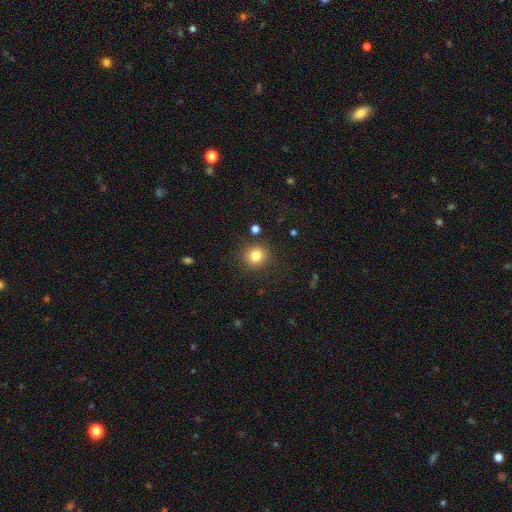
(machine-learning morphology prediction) Smooth or featured? smooth (82%)
How rounded? round (92%)
Merging? none (88%)